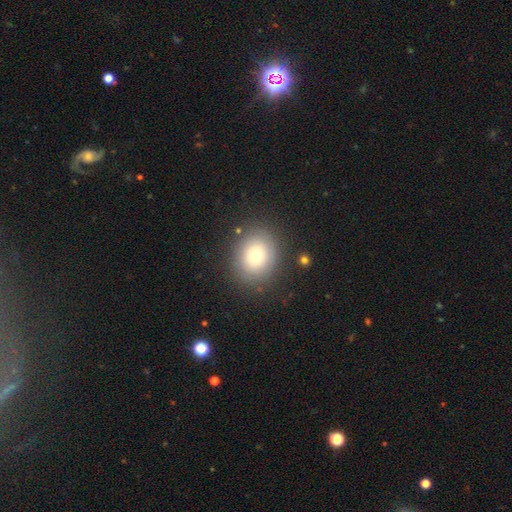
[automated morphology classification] type=smooth (71%); roundness=round (70%); merging=none (85%).